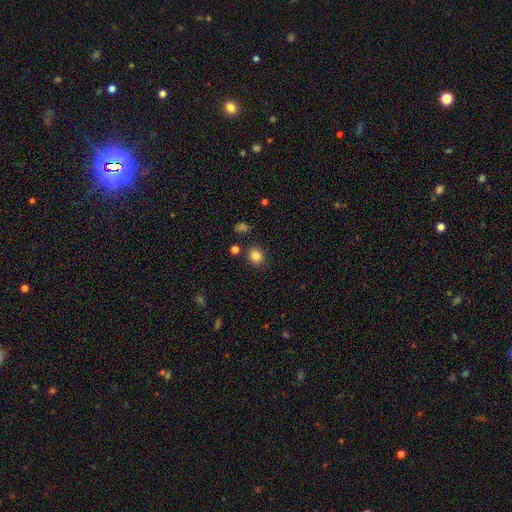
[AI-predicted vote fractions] Morphology: type=smooth (84%); roundness=round (69%); merging=none (83%).